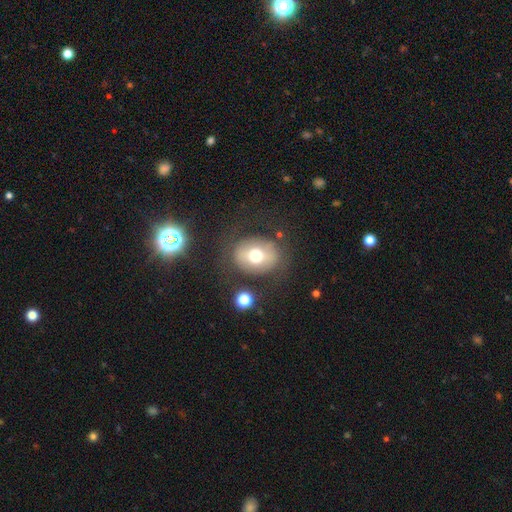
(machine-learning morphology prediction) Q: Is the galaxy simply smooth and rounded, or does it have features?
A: smooth — 62%.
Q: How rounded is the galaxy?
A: round — 54%.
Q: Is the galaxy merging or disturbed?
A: none — 75%.